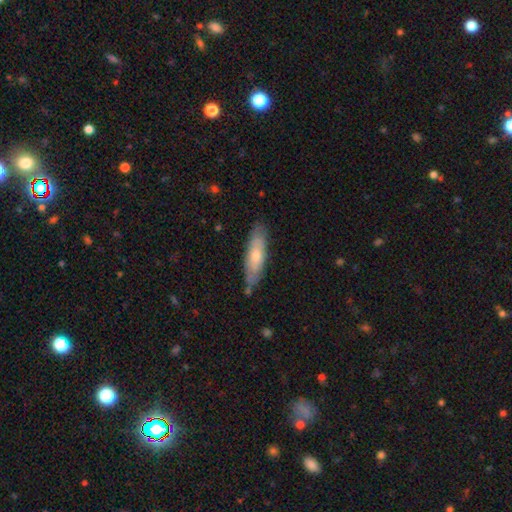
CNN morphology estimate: Smooth or featured? Predicted: smooth (p=0.57). How rounded? Predicted: cigar-shaped (p=0.56). Merging? Predicted: none (p=0.77).